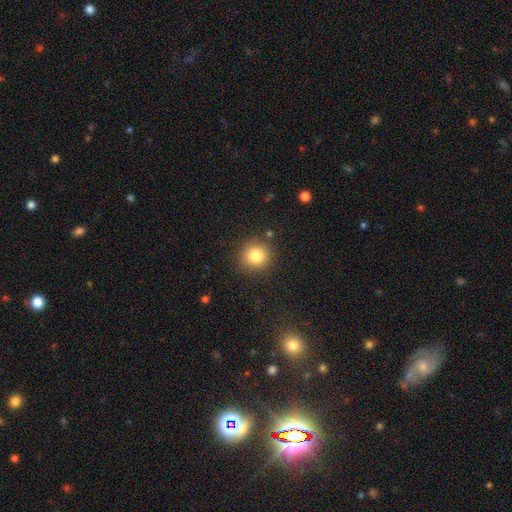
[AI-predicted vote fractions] A smooth galaxy with no disk features (82%) that is round (92%).

Vote fractions:
- Smooth or featured? smooth: 82% / star or artifact: 11% / featured or disk: 7%
- How rounded? round: 92% / in between: 8% / cigar-shaped: 1%
- Merging? none: 87% / minor disturbance: 8% / major disturbance: 3% / merger: 2%